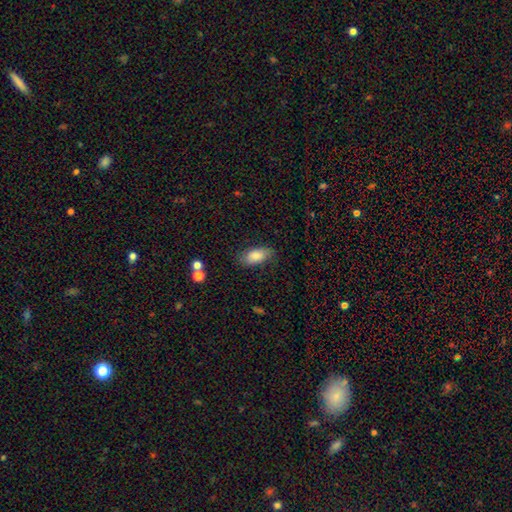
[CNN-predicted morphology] The model was most divided on "merging": none: 74%, minor disturbance: 19%, major disturbance: 5%, merger: 2%. More confident: how rounded — in between (90%); smooth or featured — smooth (80%).